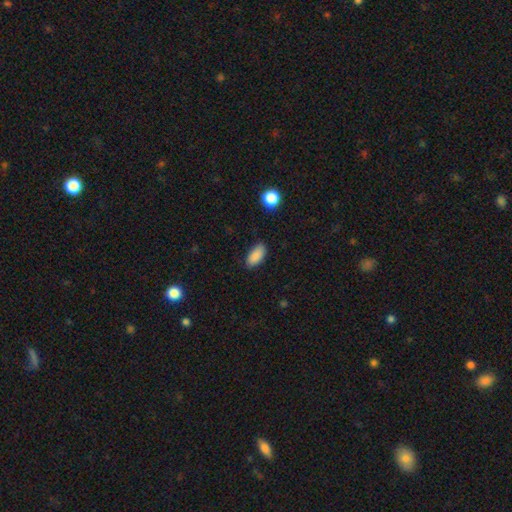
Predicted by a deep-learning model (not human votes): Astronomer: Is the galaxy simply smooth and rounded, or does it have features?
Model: smooth — 89%.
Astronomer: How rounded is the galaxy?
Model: in between — 91%.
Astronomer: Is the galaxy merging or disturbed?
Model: none — 85%.